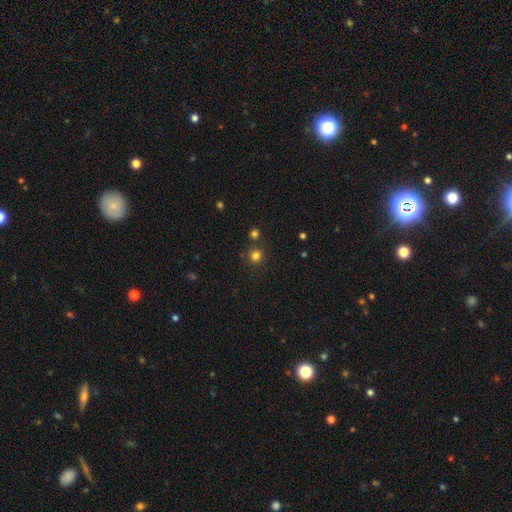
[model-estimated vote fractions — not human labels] Smooth or featured?
  - smooth: 79% *
  - star or artifact: 17%
  - featured or disk: 5%
How rounded?
  - round: 94% *
  - in between: 5%
  - cigar-shaped: 1%
Merging?
  - none: 84% *
  - merger: 7%
  - minor disturbance: 6%
  - major disturbance: 2%